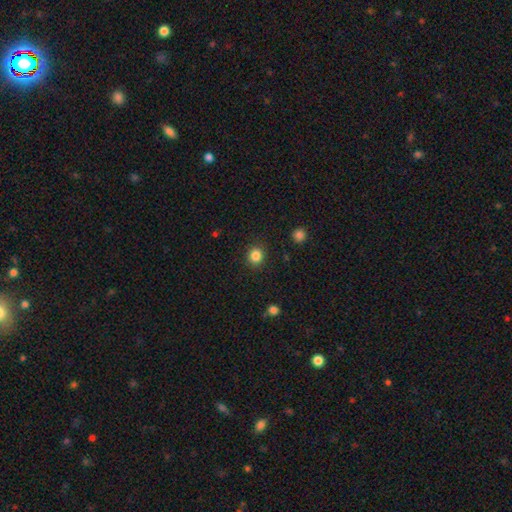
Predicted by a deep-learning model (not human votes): smooth-or-featured: smooth: 84% | star or artifact: 12% | featured or disk: 4%
  how-rounded: round: 87% | in between: 13% | cigar-shaped: 1%
  merging: none: 90% | minor disturbance: 6% | major disturbance: 2% | merger: 1%